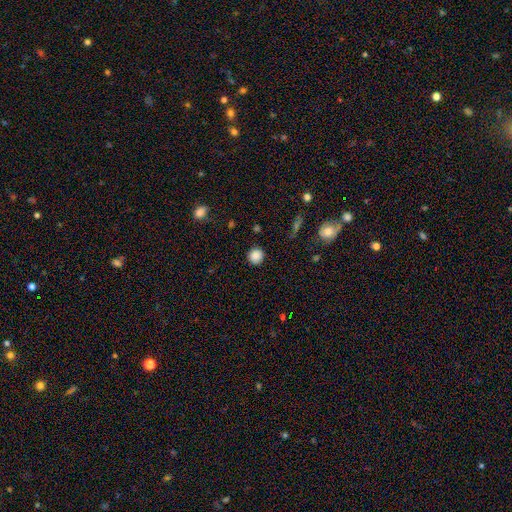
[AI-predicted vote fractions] Q: Smooth or featured?
A: smooth (86%); runner-up: star or artifact (10%)
Q: How rounded?
A: round (93%); runner-up: in between (6%)
Q: Merging?
A: none (90%); runner-up: minor disturbance (7%)